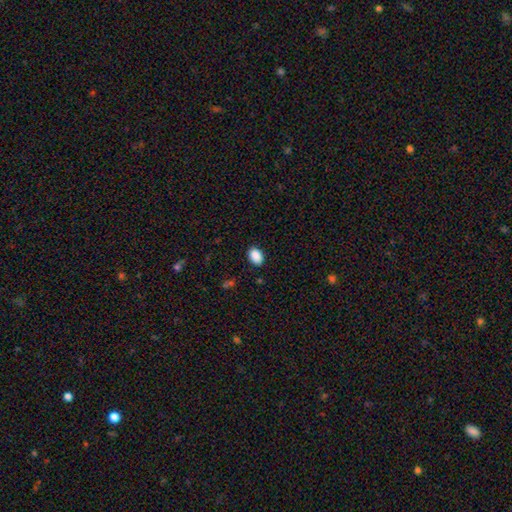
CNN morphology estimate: smooth 90%, star or artifact 8%, featured or disk 3%. Down the decision tree: how rounded — in between (80%); merging — none (88%).